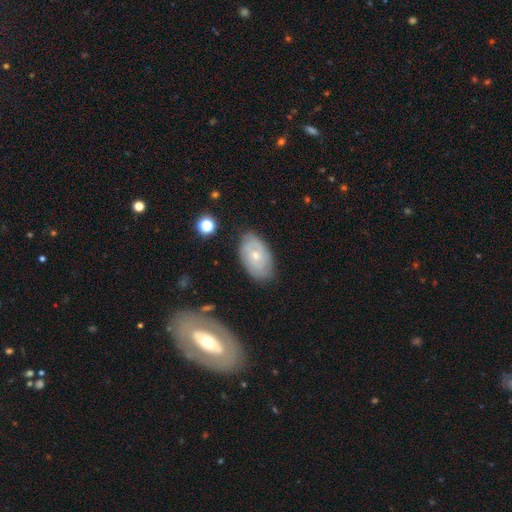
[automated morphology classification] This is possibly a featured or disk galaxy (56%). It is clearly not viewed edge-on (93%). Bar: likely no (76%). Spiral arm pattern: likely yes (72%). Central bulge: possibly small (58%). Merging: likely none (78%).